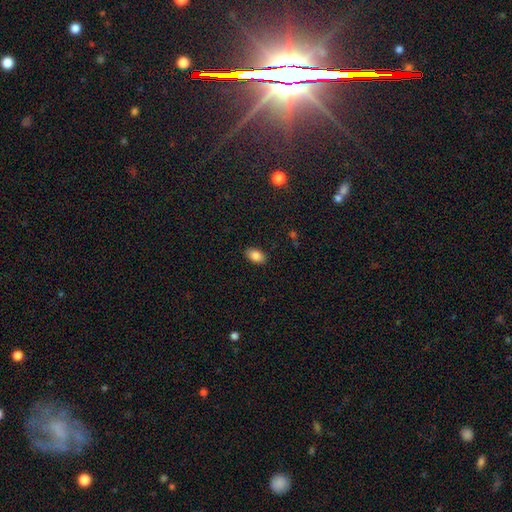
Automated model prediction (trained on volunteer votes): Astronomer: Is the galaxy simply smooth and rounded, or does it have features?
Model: smooth — 85%.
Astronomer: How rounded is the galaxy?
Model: in between — 91%.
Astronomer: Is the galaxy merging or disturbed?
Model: none — 88%.